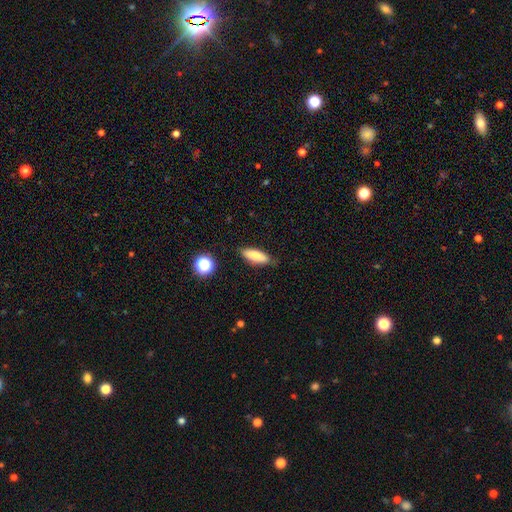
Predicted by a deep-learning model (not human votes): smooth_or_featured: smooth (p=0.79) [alt: featured or disk p=0.13]
how_rounded: in between (p=0.54) [alt: cigar-shaped p=0.43]
merging: none (p=0.82) [alt: minor disturbance p=0.13]